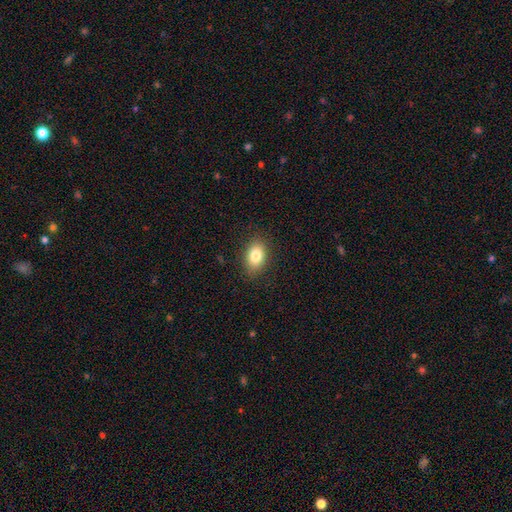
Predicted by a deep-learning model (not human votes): The model was most divided on "how rounded": in between: 84%, round: 15%, cigar-shaped: 1%. More confident: merging — none (87%); smooth or featured — smooth (83%).